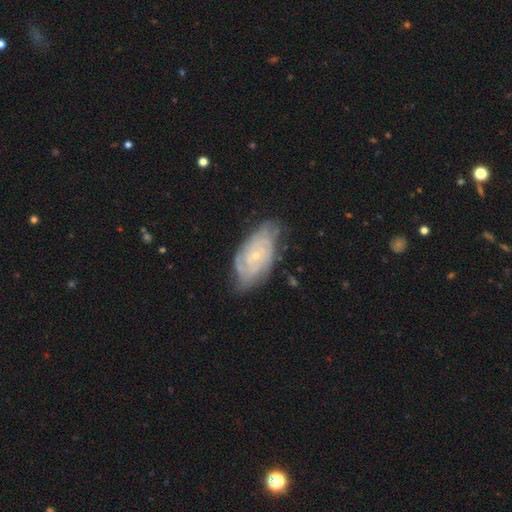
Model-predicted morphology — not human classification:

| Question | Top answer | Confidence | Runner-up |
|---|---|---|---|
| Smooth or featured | featured or disk | 76% | smooth (17%) |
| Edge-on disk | no | 94% | yes (6%) |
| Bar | no | 76% | weak (20%) |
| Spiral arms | yes | 91% | no (9%) |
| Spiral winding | tight | 73% | medium (22%) |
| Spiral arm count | can't tell | 46% | 2 (20%) |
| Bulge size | small | 79% | moderate (17%) |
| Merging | none | 68% | minor disturbance (23%) |